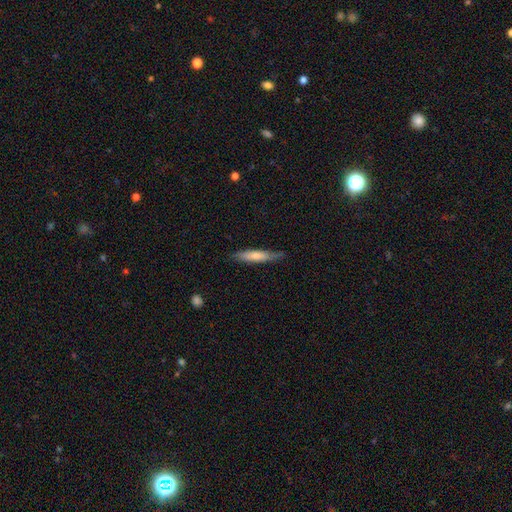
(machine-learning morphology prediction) A smooth galaxy with no disk features (67%) that is cigar-shaped (87%).

Vote fractions:
- Smooth or featured? smooth: 67% / featured or disk: 27% / star or artifact: 5%
- How rounded? cigar-shaped: 87% / in between: 12% / round: 1%
- Merging? none: 78% / minor disturbance: 18% / major disturbance: 3% / merger: 1%